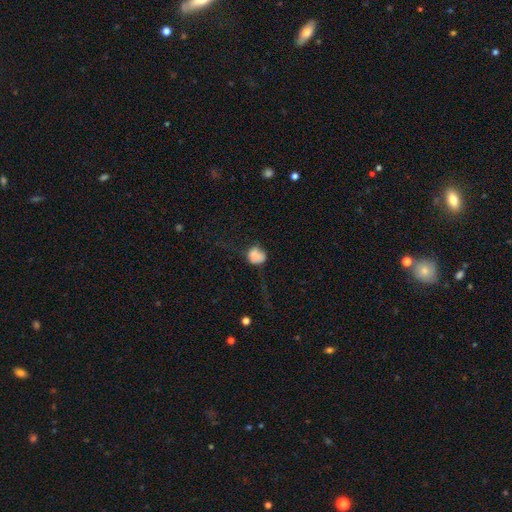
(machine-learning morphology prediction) A smooth galaxy with no disk features (78%) that is round (68%).

Vote fractions:
- Smooth or featured? smooth: 78% / featured or disk: 12% / star or artifact: 10%
- How rounded? round: 68% / in between: 31% / cigar-shaped: 1%
- Merging? none: 39% / minor disturbance: 30% / major disturbance: 25% / merger: 5%